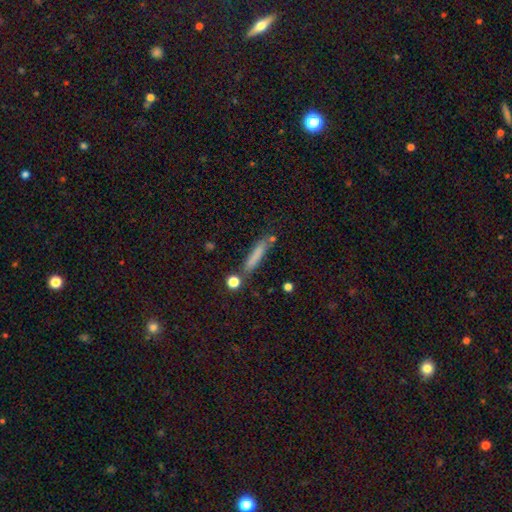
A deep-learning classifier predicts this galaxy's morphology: Smooth or featured? smooth (74%)
How rounded? cigar-shaped (89%)
Merging? none (78%)